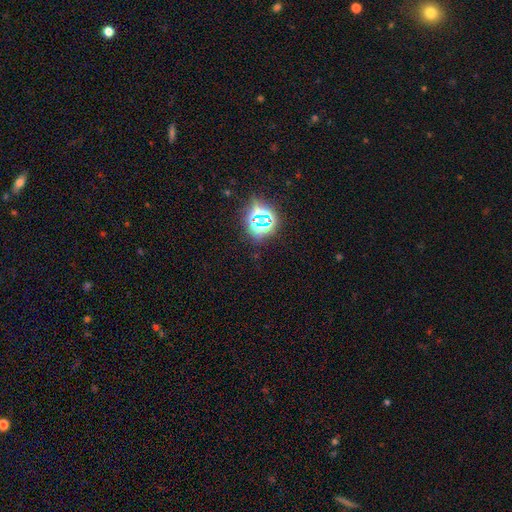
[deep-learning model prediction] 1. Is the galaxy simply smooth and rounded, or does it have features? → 77% star or artifact, 15% smooth, 8% featured or disk.